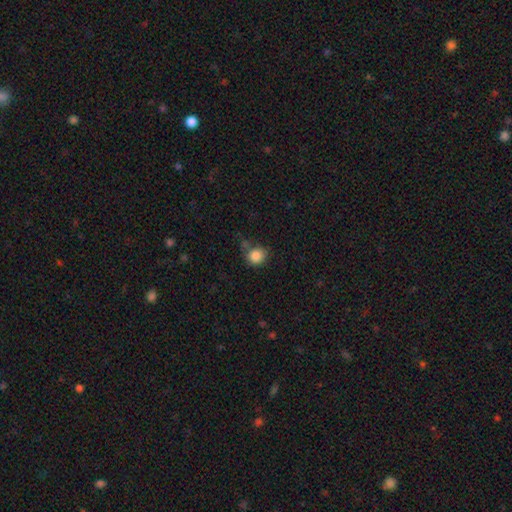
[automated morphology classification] type=smooth (86%); roundness=round (78%); merging=none (64%).